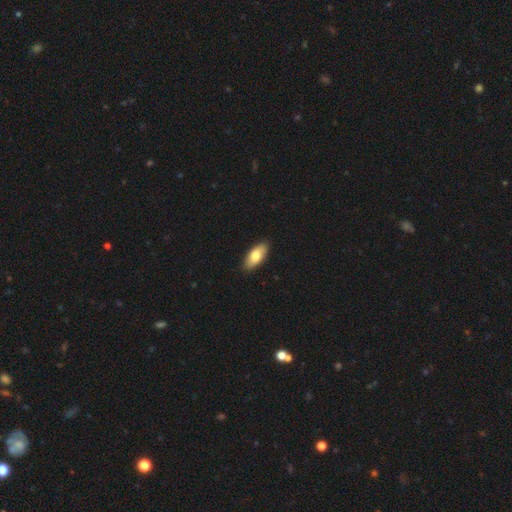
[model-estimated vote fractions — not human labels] smooth-or-featured: smooth: 77% | featured or disk: 17% | star or artifact: 5%
  how-rounded: in between: 87% | cigar-shaped: 10% | round: 2%
  merging: none: 89% | minor disturbance: 9% | major disturbance: 2% | merger: 1%